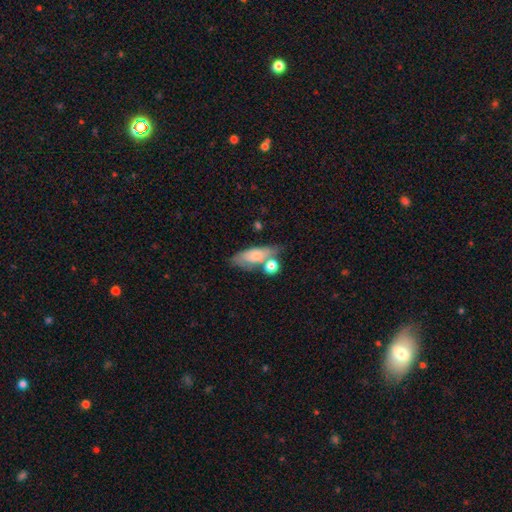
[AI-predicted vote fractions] The model was most divided on "merging": none: 40%, merger: 29%, minor disturbance: 20%, major disturbance: 10%. More confident: smooth or featured — smooth (72%); how rounded — in between (72%).